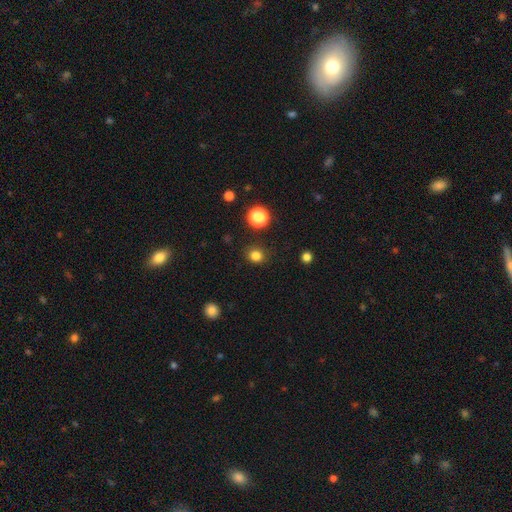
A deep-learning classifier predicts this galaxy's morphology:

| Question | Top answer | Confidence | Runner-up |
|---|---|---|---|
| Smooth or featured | smooth | 82% | star or artifact (14%) |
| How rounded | round | 80% | in between (19%) |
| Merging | none | 88% | minor disturbance (8%) |